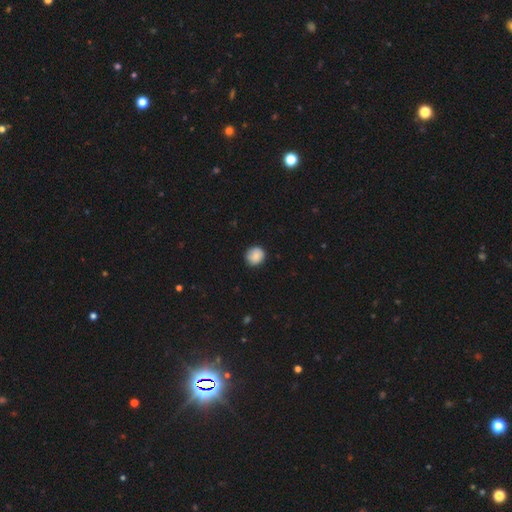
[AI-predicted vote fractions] Q: Smooth or featured?
A: smooth (86%); runner-up: star or artifact (8%)
Q: How rounded?
A: round (86%); runner-up: in between (13%)
Q: Merging?
A: none (85%); runner-up: minor disturbance (12%)